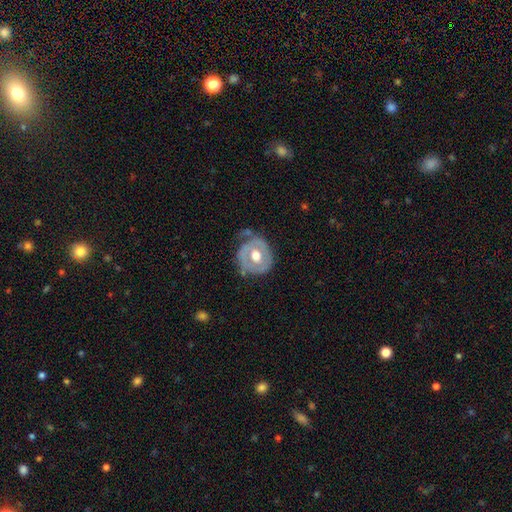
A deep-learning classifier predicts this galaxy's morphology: A featured or disk galaxy (62%) with no bar (76%), no spiral arms (62%) and a moderate central bulge (70%). Merging: none (56%).